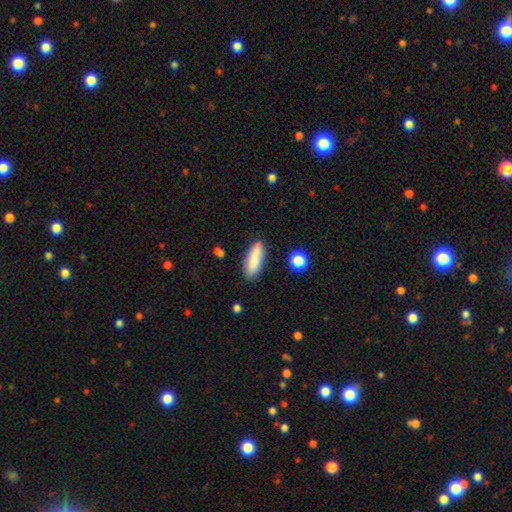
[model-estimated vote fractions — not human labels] Smooth or featured?
  - smooth: 83% *
  - featured or disk: 10%
  - star or artifact: 7%
How rounded?
  - in between: 60% *
  - cigar-shaped: 38%
  - round: 2%
Merging?
  - none: 80% *
  - minor disturbance: 14%
  - merger: 3%
  - major disturbance: 3%